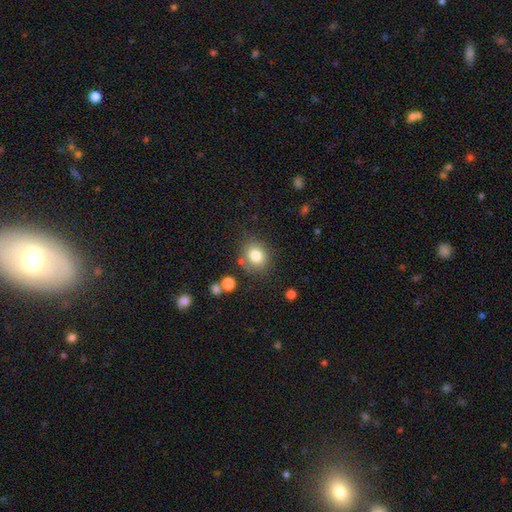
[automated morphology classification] The model was most divided on "how rounded": round: 67%, in between: 32%, cigar-shaped: 1%. More confident: smooth or featured — smooth (80%); merging — none (75%).